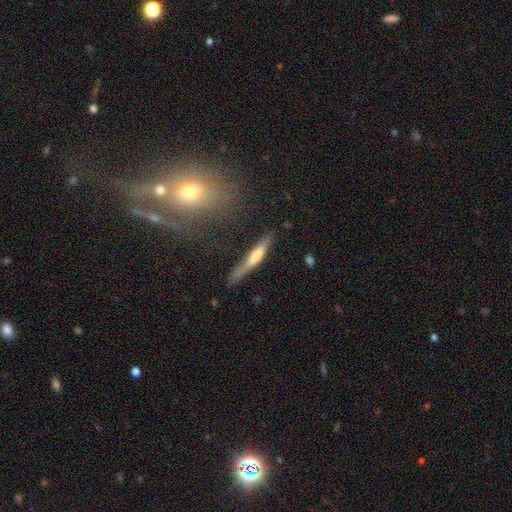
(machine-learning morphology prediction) Smooth or featured? smooth (50%)
Merging? none (65%)